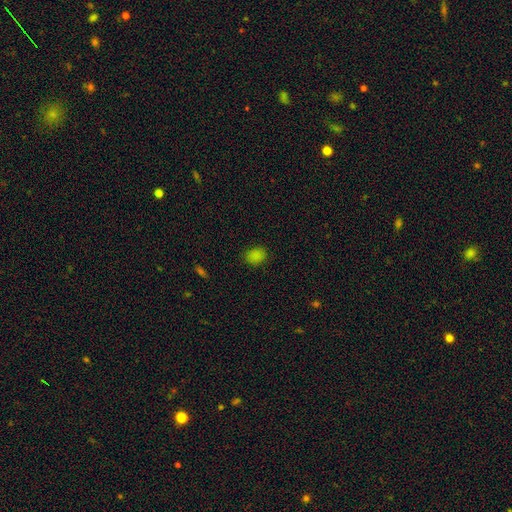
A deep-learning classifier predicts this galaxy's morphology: Overall: smooth (82%). How rounded: in between (57%; round 42%). Merging: none (85%).